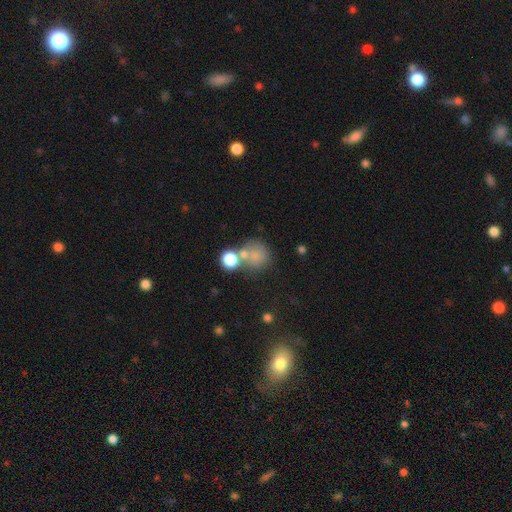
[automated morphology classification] Smooth or featured?
  - smooth: 73% *
  - star or artifact: 14%
  - featured or disk: 14%
How rounded?
  - round: 84% *
  - in between: 15%
  - cigar-shaped: 1%
Merging?
  - none: 44% *
  - merger: 33%
  - minor disturbance: 13%
  - major disturbance: 10%